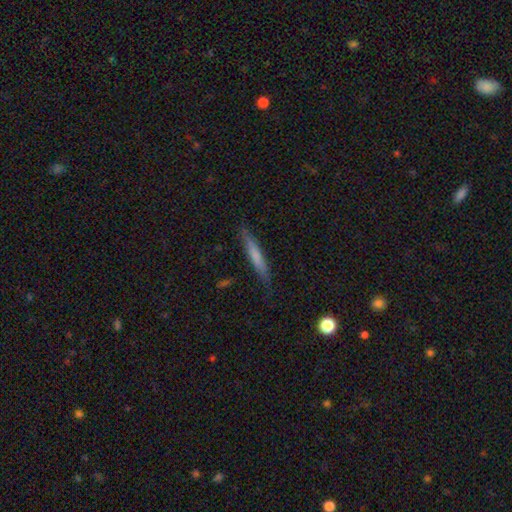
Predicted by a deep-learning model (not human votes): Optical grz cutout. It shows a smooth galaxy with no disk features (64%) that is cigar-shaped (94%). Merging: none (83%).